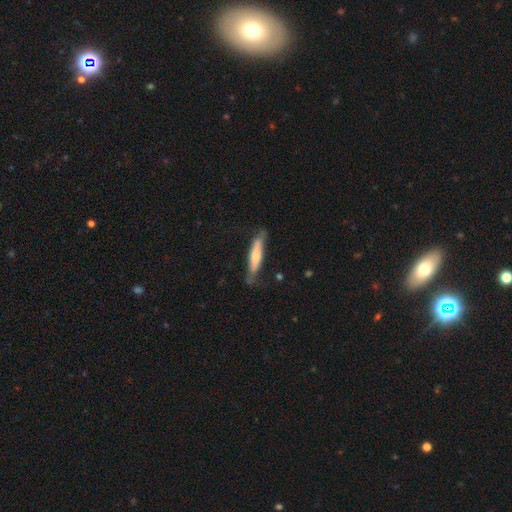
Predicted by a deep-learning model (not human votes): The model was most divided on "smooth or featured": smooth: 62%, featured or disk: 33%, star or artifact: 5%. More confident: how rounded — cigar-shaped (85%); merging — none (67%).